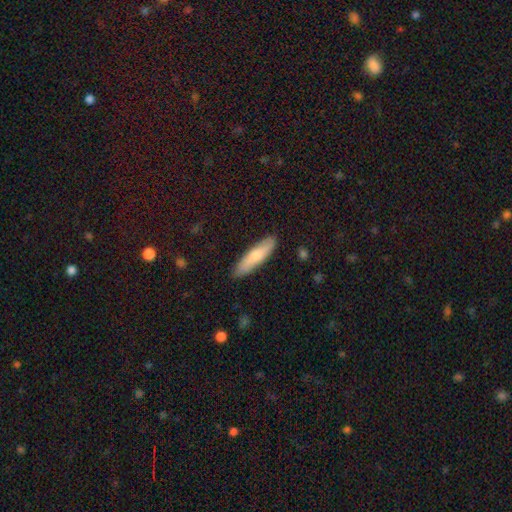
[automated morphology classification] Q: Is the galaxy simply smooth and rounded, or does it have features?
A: smooth — 74%.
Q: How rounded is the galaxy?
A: cigar-shaped — 77%.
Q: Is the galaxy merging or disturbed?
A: none — 88%.